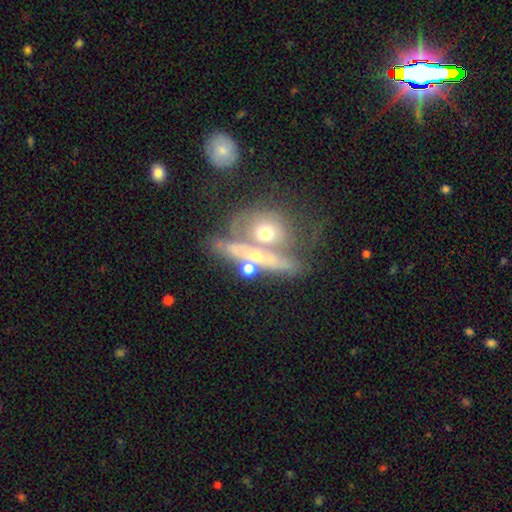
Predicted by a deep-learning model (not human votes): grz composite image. It shows a featured or disk galaxy (56%). Merging: merger (47%).